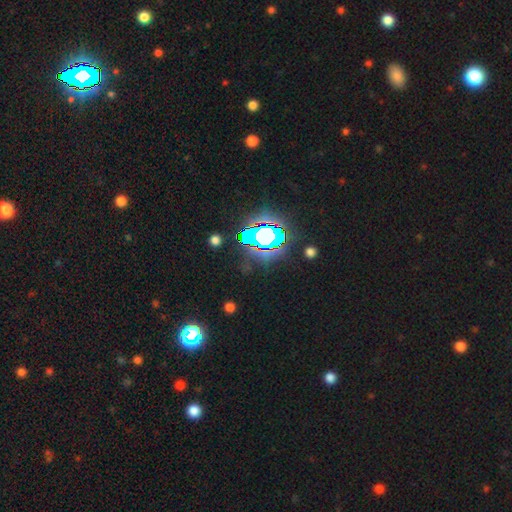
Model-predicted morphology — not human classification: smooth-or-featured: star or artifact: 84% | smooth: 9% | featured or disk: 7%